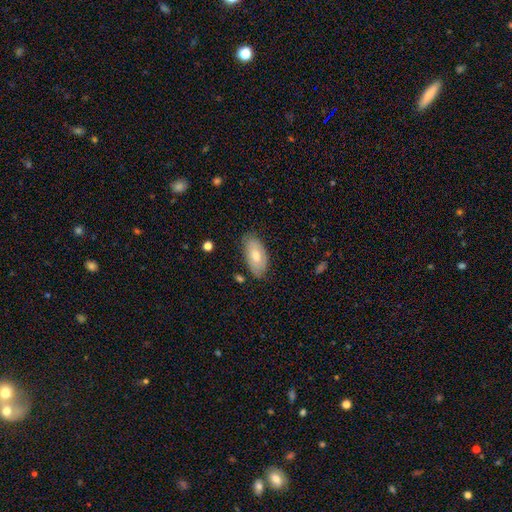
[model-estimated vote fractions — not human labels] smooth_or_featured: smooth (p=0.66) [alt: featured or disk p=0.27]
how_rounded: in between (p=0.93) [alt: cigar-shaped p=0.05]
merging: none (p=0.79) [alt: minor disturbance p=0.16]